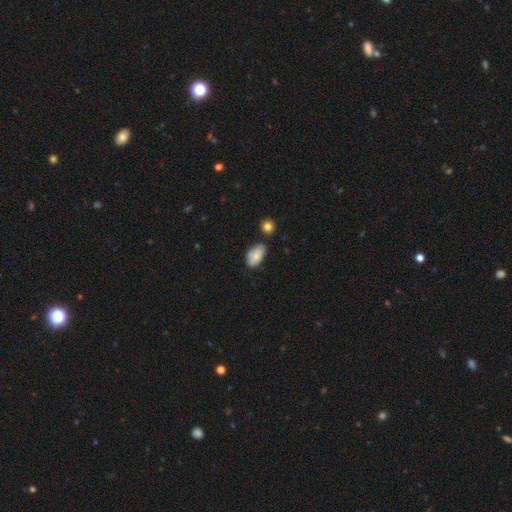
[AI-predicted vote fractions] smooth_or_featured: smooth (p=0.71) [alt: featured or disk p=0.22]
how_rounded: in between (p=0.93) [alt: round p=0.05]
merging: none (p=0.59) [alt: minor disturbance p=0.27]